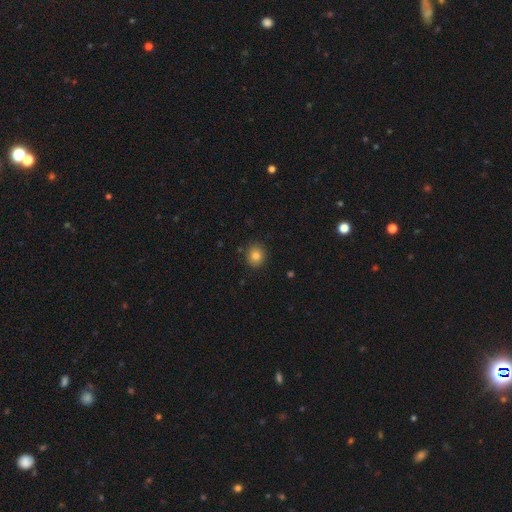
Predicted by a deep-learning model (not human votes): smooth 82%, star or artifact 11%, featured or disk 7%. Down the decision tree: how rounded — round (83%); merging — none (88%).